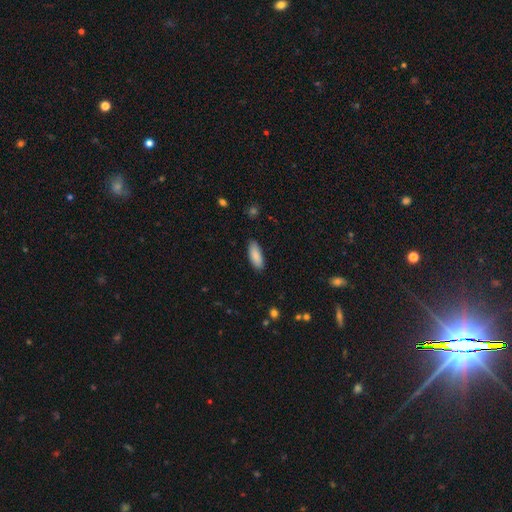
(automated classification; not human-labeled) The model was most divided on "how rounded": in between: 73%, cigar-shaped: 25%, round: 2%. More confident: smooth or featured — smooth (88%); merging — none (87%).